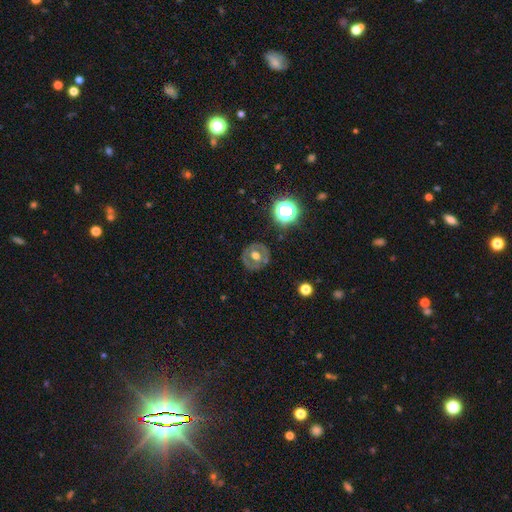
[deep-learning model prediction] Smooth or featured? featured or disk (50%)
Edge-on disk? no (94%)
Merging? none (81%)